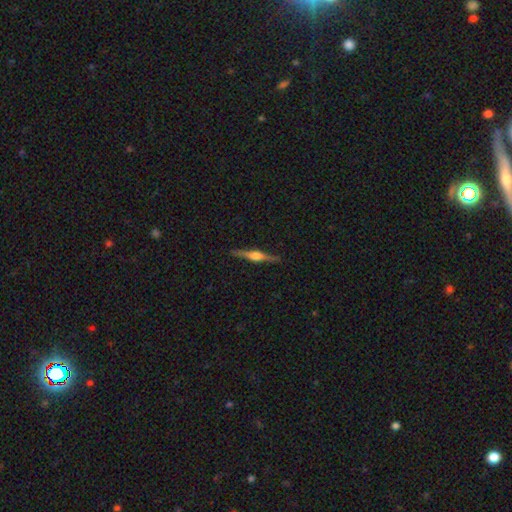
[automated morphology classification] Smooth or featured: featured or disk — 79% (smooth — 15%)
Edge-on disk: yes — 98% (no — 2%)
Edge-on bulge: rounded — 89% (boxy — 9%)
Merging: none — 91% (minor disturbance — 7%)